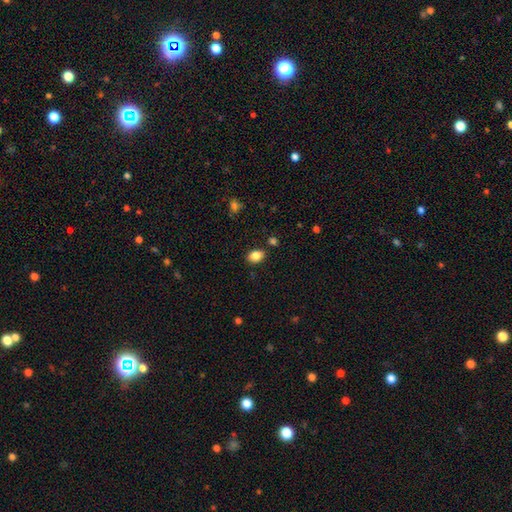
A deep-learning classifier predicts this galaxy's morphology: smooth 86%, star or artifact 9%, featured or disk 5%. Down the decision tree: how rounded — in between (78%); merging — none (84%).